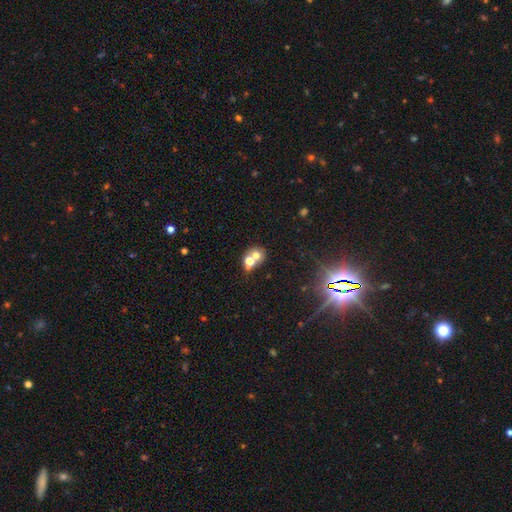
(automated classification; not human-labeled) smooth 66%, featured or disk 20%, star or artifact 14%. Down the decision tree: how rounded — round (63%); merging — merger (62%).